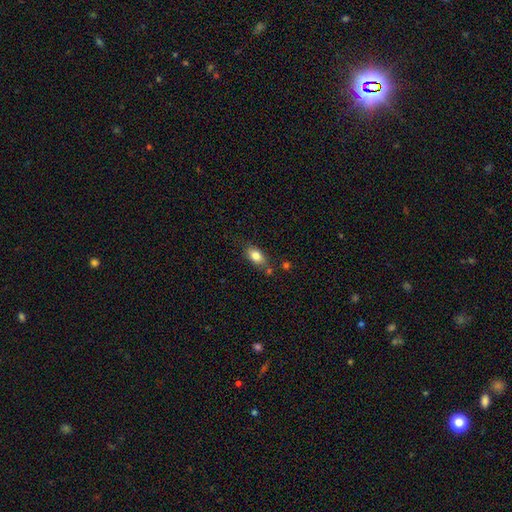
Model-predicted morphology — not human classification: This is clearly a smooth galaxy (81%). How rounded: clearly in between (86%). Merging: likely none (71%).